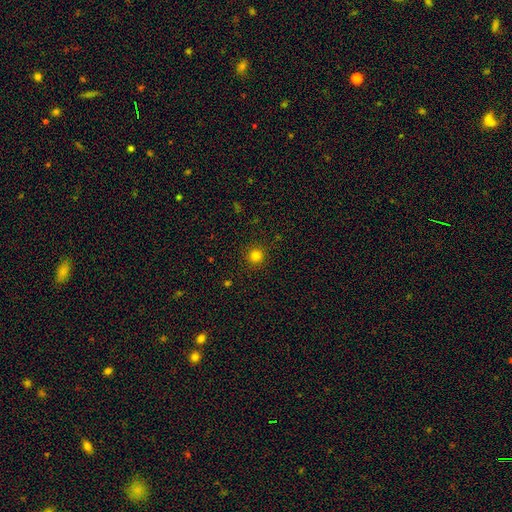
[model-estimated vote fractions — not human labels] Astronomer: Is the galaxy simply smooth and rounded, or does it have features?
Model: smooth — 81%.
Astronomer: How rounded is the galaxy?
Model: round — 94%.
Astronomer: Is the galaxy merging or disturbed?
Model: none — 91%.